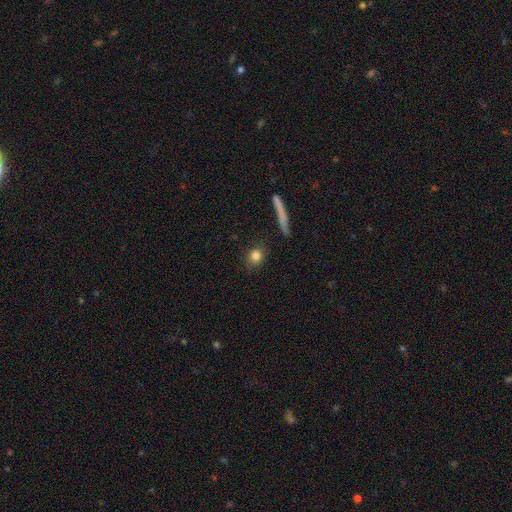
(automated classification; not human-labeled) This is clearly a smooth galaxy (83%). How rounded: likely round (77%). Merging: clearly none (87%).